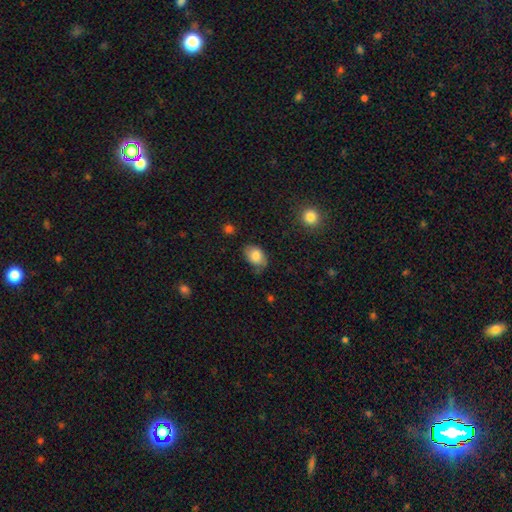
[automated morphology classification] Q: Smooth or featured?
A: smooth (81%); runner-up: featured or disk (11%)
Q: How rounded?
A: in between (84%); runner-up: round (15%)
Q: Merging?
A: none (67%); runner-up: minor disturbance (25%)